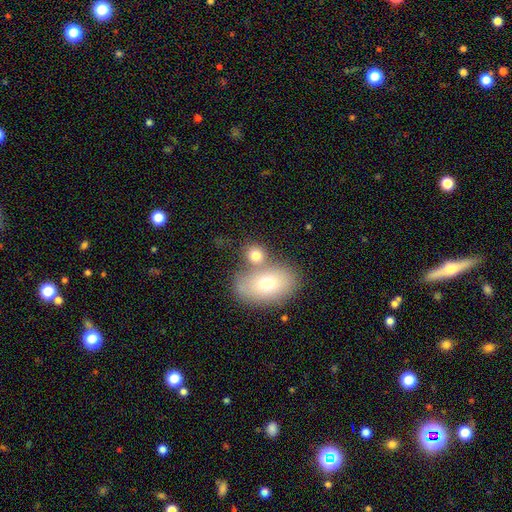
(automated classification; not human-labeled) The model was most divided on "merging": none: 44%, merger: 42%, minor disturbance: 10%, major disturbance: 4%. More confident: smooth or featured — smooth (74%); how rounded — in between (51%).